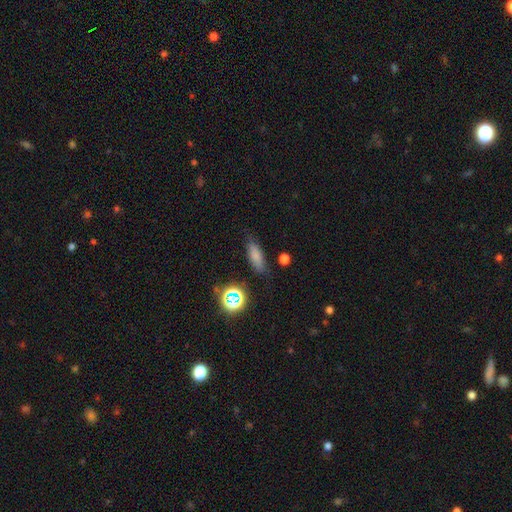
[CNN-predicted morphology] Smooth or featured? smooth (75%)
How rounded? in between (58%)
Merging? none (78%)